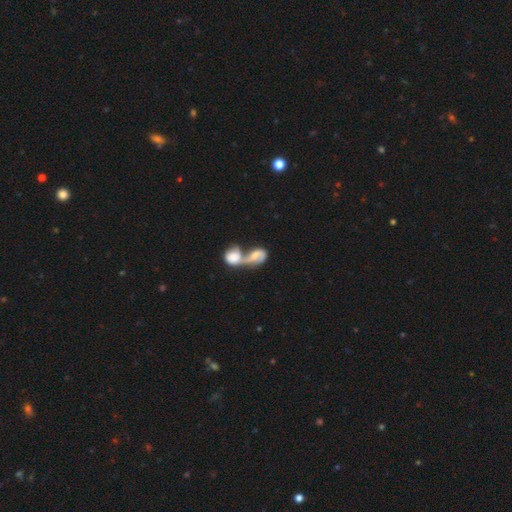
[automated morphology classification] smooth_or_featured: featured or disk (p=0.58) [alt: smooth p=0.35]
disk_edge_on: no (p=0.96) [alt: yes p=0.04]
bar: no (p=0.54) [alt: weak p=0.33]
has_spiral_arms: yes (p=0.78) [alt: no p=0.22]
bulge_size: moderate (p=0.33) [alt: small p=0.28]
merging: merger (p=0.80) [alt: none p=0.09]